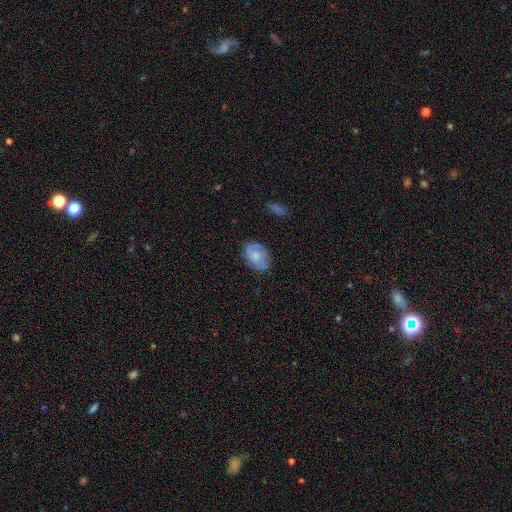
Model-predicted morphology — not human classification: Q: Smooth or featured?
A: smooth (48%); runner-up: featured or disk (45%)
Q: Merging?
A: none (69%); runner-up: minor disturbance (22%)